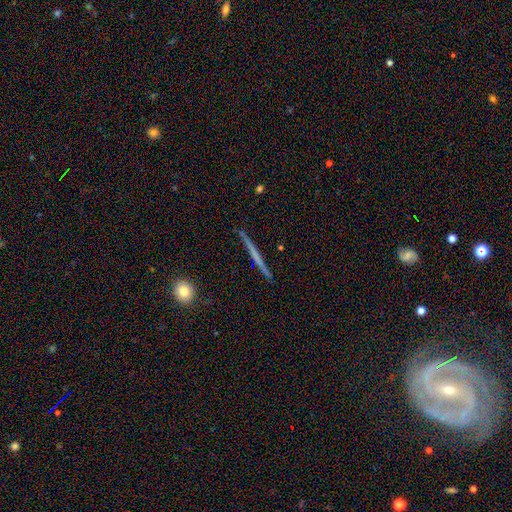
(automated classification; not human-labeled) This appears to be a featured or disk galaxy (55%) viewed edge-on (97%) with no central bulge (88%). Merging: none (92%).